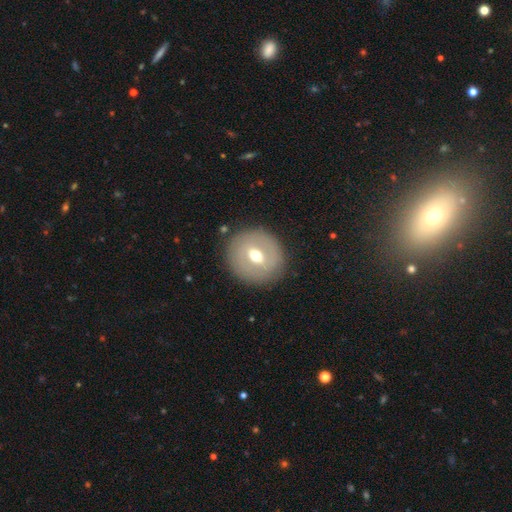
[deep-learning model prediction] Smooth or featured? featured or disk (48%)
Merging? none (85%)